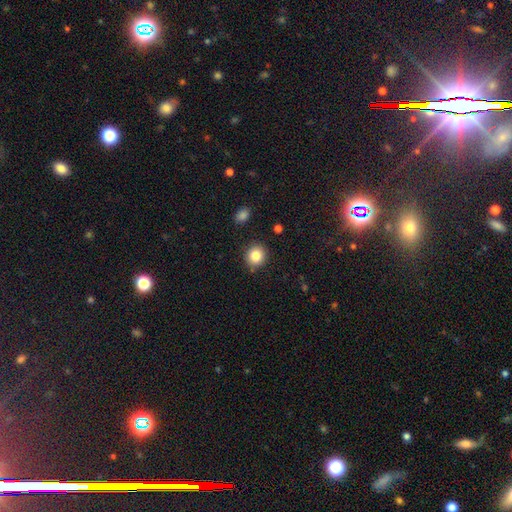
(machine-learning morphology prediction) smooth_or_featured: smooth (p=0.85) [alt: star or artifact p=0.10]
how_rounded: round (p=0.88) [alt: in between p=0.11]
merging: none (p=0.85) [alt: minor disturbance p=0.10]